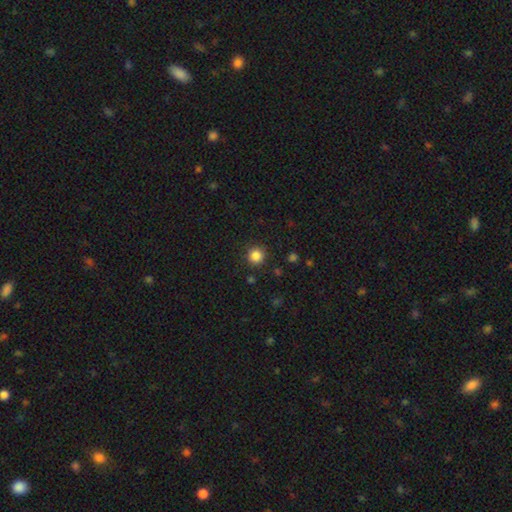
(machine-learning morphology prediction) This is clearly a smooth galaxy (84%). How rounded: clearly round (94%). Merging: clearly none (91%).